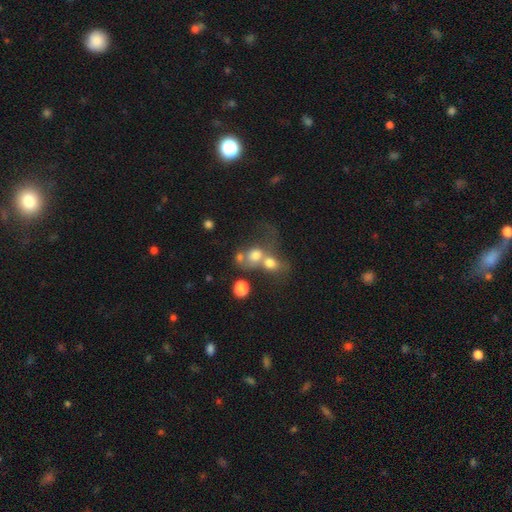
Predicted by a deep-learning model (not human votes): This appears to be a smooth galaxy with no disk features (64%) that is round (61%). Merging: merger (64%).